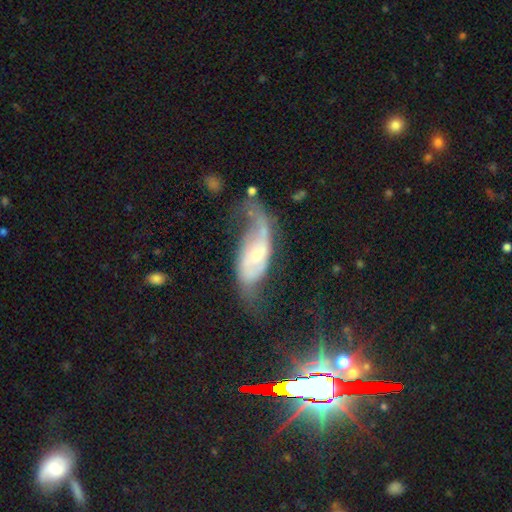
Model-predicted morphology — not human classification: Smooth or featured: featured or disk — 71% (smooth — 21%)
Edge-on disk: no — 91% (yes — 9%)
Bar: no — 51% (weak — 36%)
Spiral arms: yes — 87% (no — 13%)
Spiral winding: loose — 64% (medium — 26%)
Spiral arm count: 2 — 72% (1 — 17%)
Bulge size: small — 53% (moderate — 30%)
Merging: major disturbance — 37% (none — 33%)